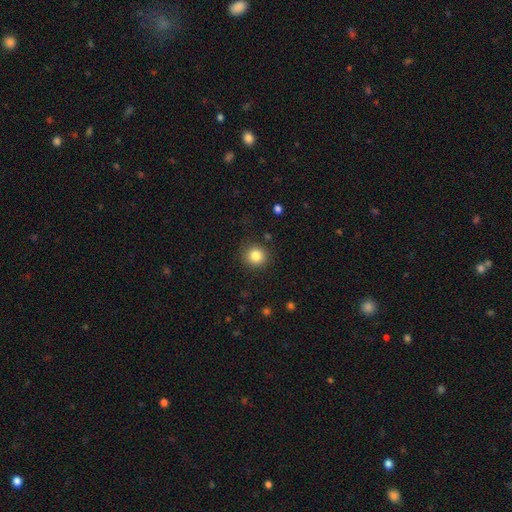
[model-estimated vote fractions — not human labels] smooth-or-featured: smooth: 83% | star or artifact: 11% | featured or disk: 6%
  how-rounded: round: 91% | in between: 8% | cigar-shaped: 1%
  merging: none: 88% | minor disturbance: 8% | major disturbance: 3% | merger: 1%